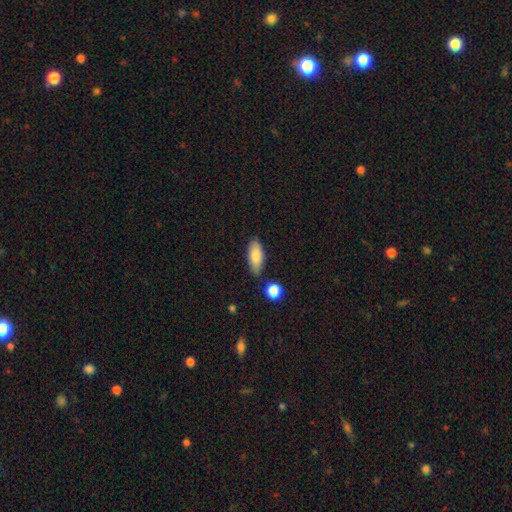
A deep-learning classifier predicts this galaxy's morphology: Smooth or featured? smooth (81%)
How rounded? in between (82%)
Merging? none (75%)